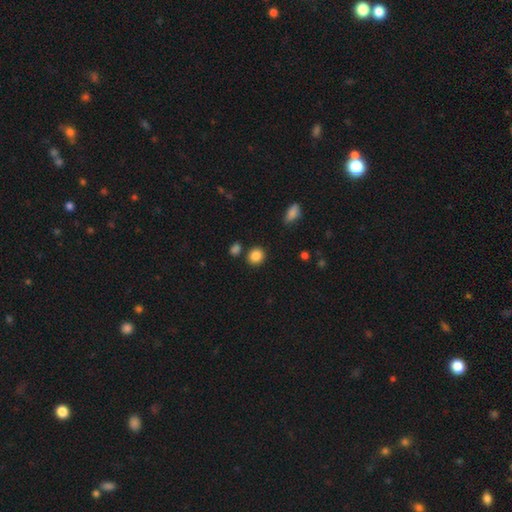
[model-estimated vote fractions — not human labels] smooth_or_featured: smooth (p=0.86) [alt: star or artifact p=0.09]
how_rounded: round (p=0.79) [alt: in between p=0.20]
merging: none (p=0.83) [alt: minor disturbance p=0.09]